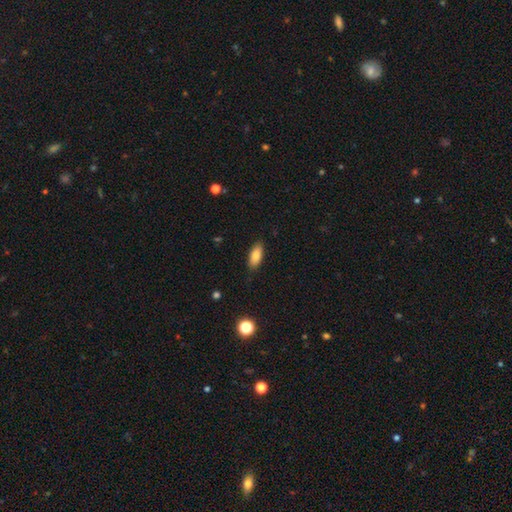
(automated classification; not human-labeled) Smooth or featured?
  - smooth: 84% *
  - featured or disk: 9%
  - star or artifact: 7%
How rounded?
  - in between: 81% *
  - cigar-shaped: 16%
  - round: 2%
Merging?
  - none: 85% *
  - minor disturbance: 12%
  - major disturbance: 2%
  - merger: 1%